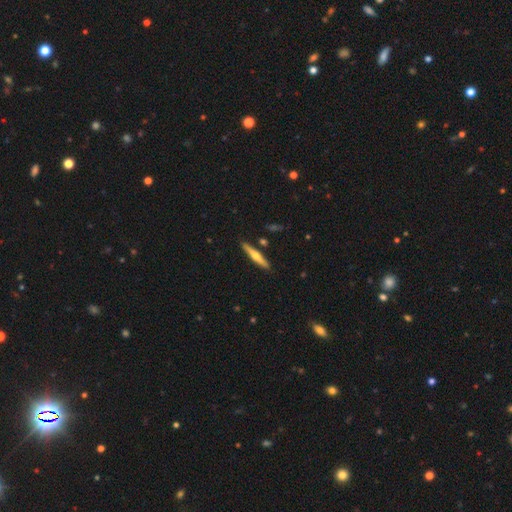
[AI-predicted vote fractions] A featured or disk galaxy (56%) viewed edge-on (96%) with a rounded central bulge (88%).

Vote fractions:
- Smooth or featured? featured or disk: 56% / smooth: 38% / star or artifact: 6%
- Edge-on disk? yes: 96% / no: 4%
- Edge-on bulge? rounded: 88% / none: 8% / boxy: 4%
- Merging? none: 88% / minor disturbance: 7% / merger: 3% / major disturbance: 2%